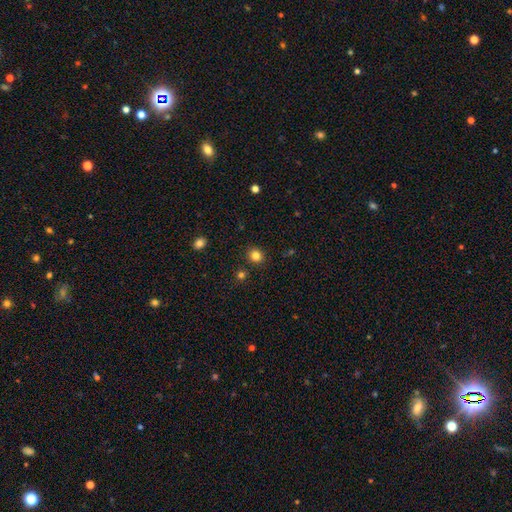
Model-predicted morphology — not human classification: smooth_or_featured: smooth (p=0.82) [alt: star or artifact p=0.13]
how_rounded: round (p=0.80) [alt: in between p=0.19]
merging: none (p=0.88) [alt: minor disturbance p=0.07]